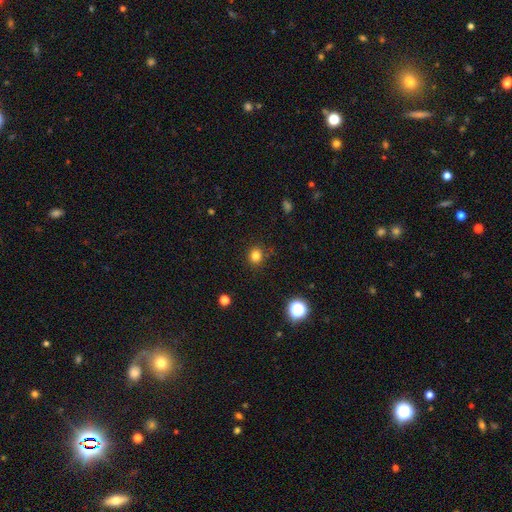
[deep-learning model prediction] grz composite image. It shows a smooth galaxy with no disk features (81%) that is round (87%). Merging: none (88%).